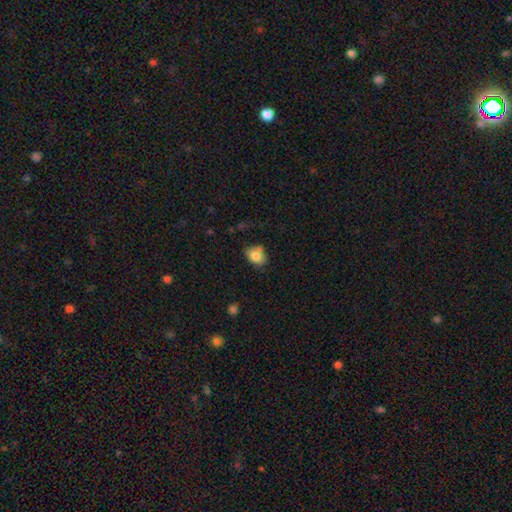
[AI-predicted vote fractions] Overall: smooth (82%). How rounded: in between (69%; round 30%). Merging: none (67%).